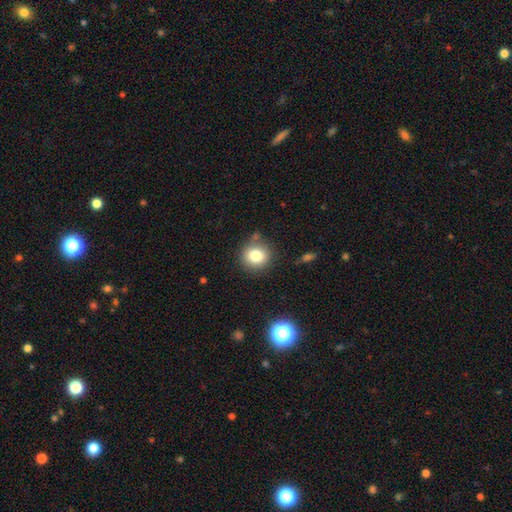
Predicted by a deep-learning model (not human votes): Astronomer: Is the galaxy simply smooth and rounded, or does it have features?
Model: smooth — 79%.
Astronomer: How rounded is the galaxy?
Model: round — 88%.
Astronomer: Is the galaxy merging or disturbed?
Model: none — 81%.